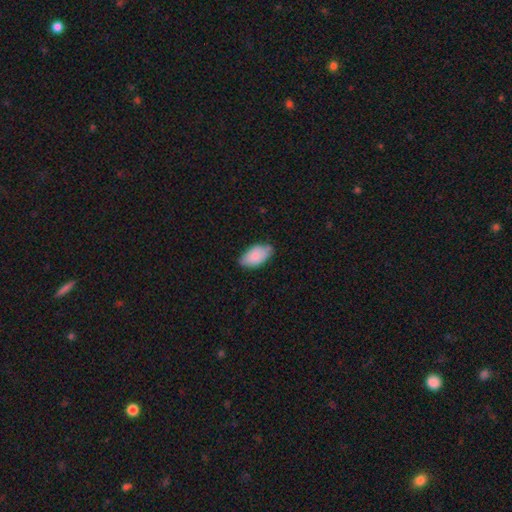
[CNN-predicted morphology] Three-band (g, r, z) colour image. It shows a smooth galaxy with no disk features (82%) that is in between round and cigar-shaped (95%). Merging: none (67%).